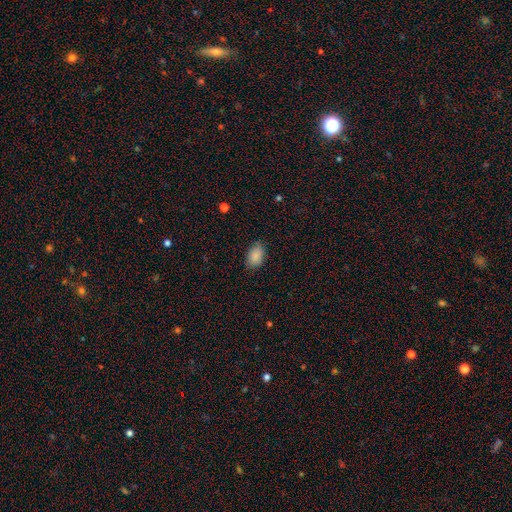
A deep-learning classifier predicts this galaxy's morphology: smooth-or-featured: smooth: 88% | star or artifact: 8% | featured or disk: 5%
  how-rounded: in between: 89% | round: 10% | cigar-shaped: 1%
  merging: none: 80% | minor disturbance: 16% | major disturbance: 3% | merger: 1%